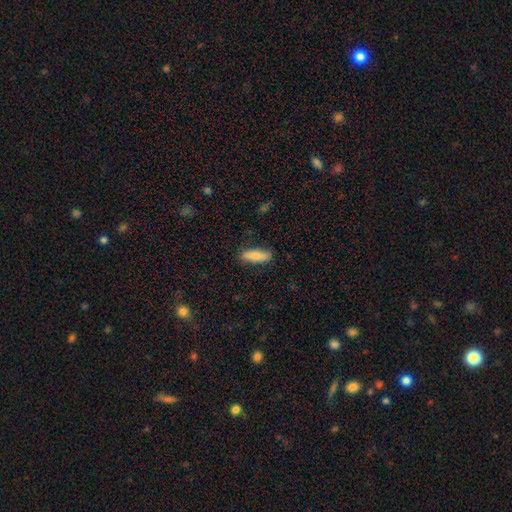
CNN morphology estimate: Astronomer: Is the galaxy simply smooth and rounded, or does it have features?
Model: smooth — 84%.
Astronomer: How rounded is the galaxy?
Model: in between — 56% (runner-up: cigar-shaped, 42%).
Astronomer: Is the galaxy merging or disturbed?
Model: none — 85%.